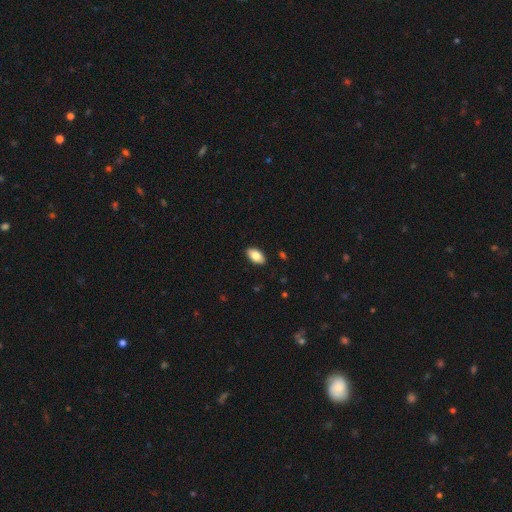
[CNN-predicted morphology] Smooth or featured? smooth (84%)
How rounded? in between (94%)
Merging? none (89%)